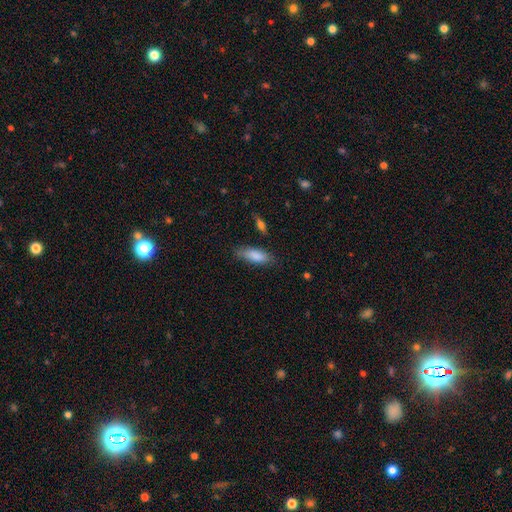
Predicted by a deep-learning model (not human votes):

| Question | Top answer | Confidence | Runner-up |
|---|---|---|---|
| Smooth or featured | smooth | 85% | featured or disk (9%) |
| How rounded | in between | 70% | cigar-shaped (28%) |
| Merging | none | 77% | minor disturbance (17%) |